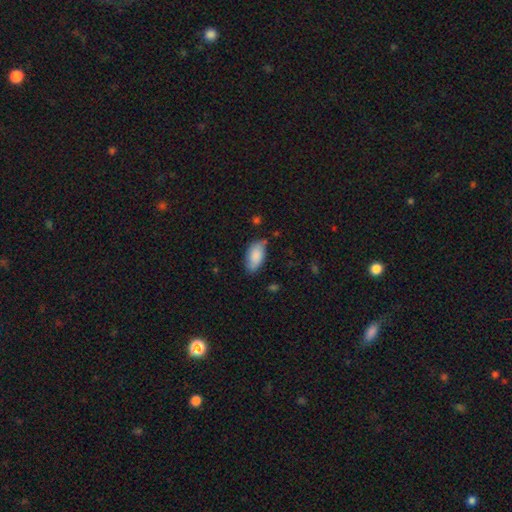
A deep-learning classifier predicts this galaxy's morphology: smooth_or_featured: smooth (p=0.83) [alt: featured or disk p=0.11]
how_rounded: in between (p=0.93) [alt: cigar-shaped p=0.04]
merging: none (p=0.70) [alt: minor disturbance p=0.23]